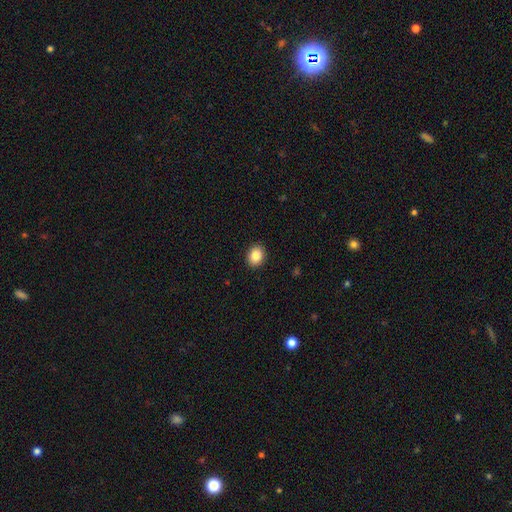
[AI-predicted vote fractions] Q: Smooth or featured?
A: smooth (86%); runner-up: star or artifact (9%)
Q: How rounded?
A: in between (54%); runner-up: round (45%)
Q: Merging?
A: none (91%); runner-up: minor disturbance (6%)